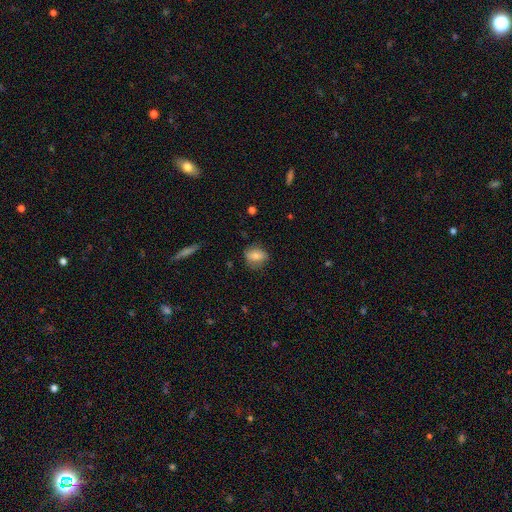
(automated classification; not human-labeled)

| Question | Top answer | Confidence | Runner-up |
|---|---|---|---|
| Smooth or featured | smooth | 70% | featured or disk (21%) |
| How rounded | in between | 49% | tied: round (49%) |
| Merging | none | 73% | minor disturbance (20%) |